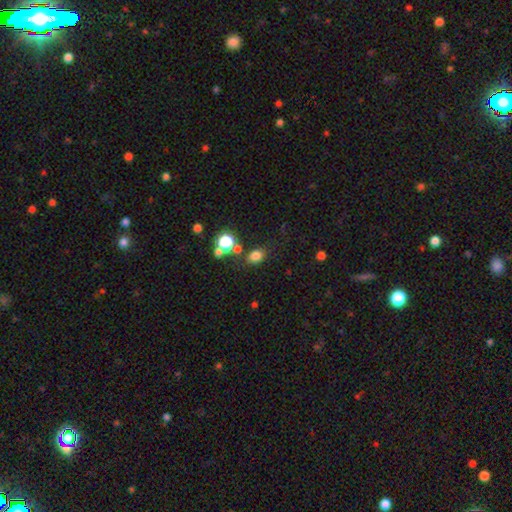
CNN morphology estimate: smooth-or-featured: smooth: 76% | star or artifact: 17% | featured or disk: 6%
  how-rounded: in between: 61% | round: 38% | cigar-shaped: 1%
  merging: none: 76% | minor disturbance: 12% | merger: 8% | major disturbance: 5%